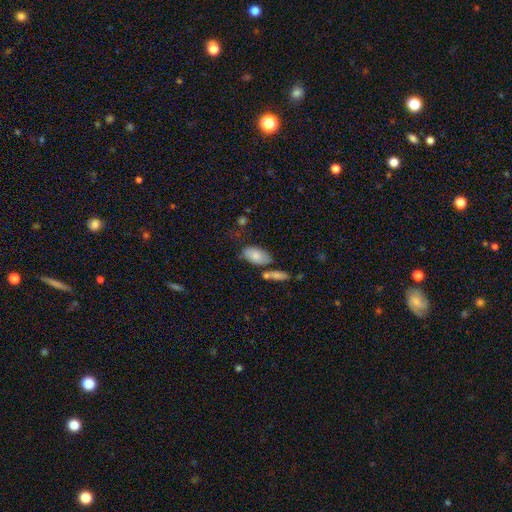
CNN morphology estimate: Smooth or featured?
  - smooth: 80% *
  - featured or disk: 13%
  - star or artifact: 6%
How rounded?
  - in between: 93% *
  - round: 4%
  - cigar-shaped: 3%
Merging?
  - none: 55% *
  - minor disturbance: 21%
  - merger: 17%
  - major disturbance: 7%